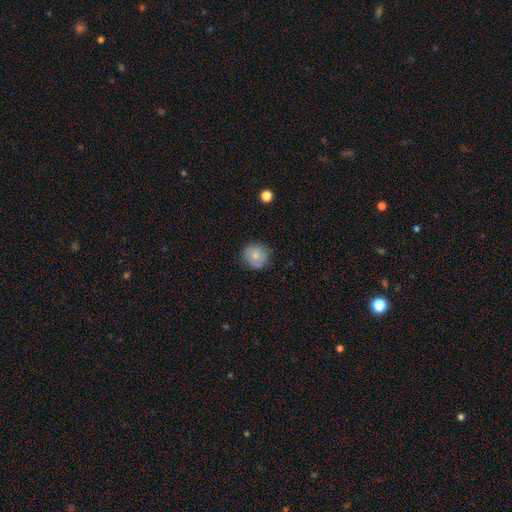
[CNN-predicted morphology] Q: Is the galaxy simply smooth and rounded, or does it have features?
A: smooth — 76%.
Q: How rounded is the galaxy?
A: round — 91%.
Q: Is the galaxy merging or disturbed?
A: none — 84%.